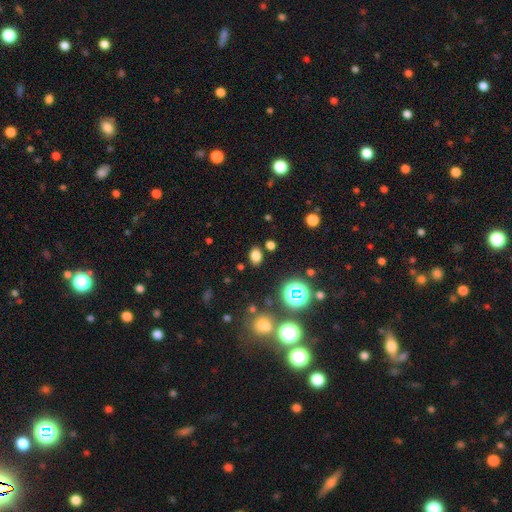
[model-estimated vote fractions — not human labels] smooth 73%, star or artifact 21%, featured or disk 6%. Down the decision tree: how rounded — in between (71%); merging — none (85%).